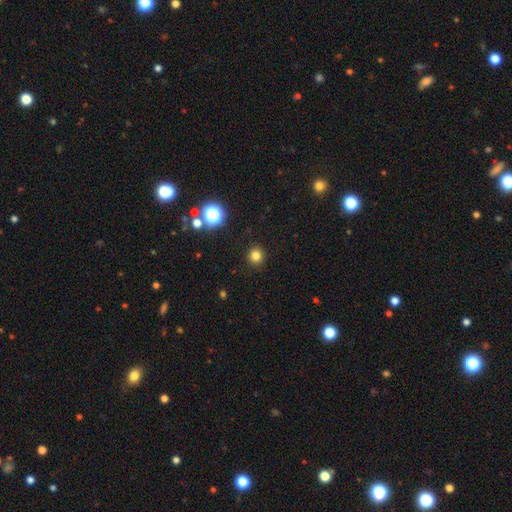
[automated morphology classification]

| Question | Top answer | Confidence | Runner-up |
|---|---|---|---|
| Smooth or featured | smooth | 80% | star or artifact (15%) |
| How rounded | round | 90% | in between (9%) |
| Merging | none | 91% | minor disturbance (5%) |